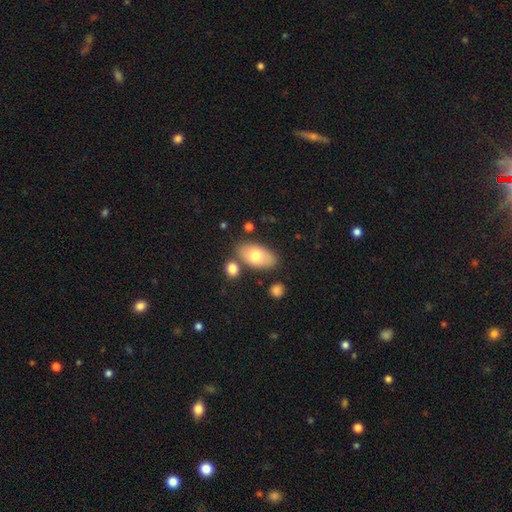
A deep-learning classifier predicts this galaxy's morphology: Smooth or featured: smooth — 73% (featured or disk — 21%)
How rounded: in between — 93% (round — 4%)
Merging: none — 75% (minor disturbance — 13%)